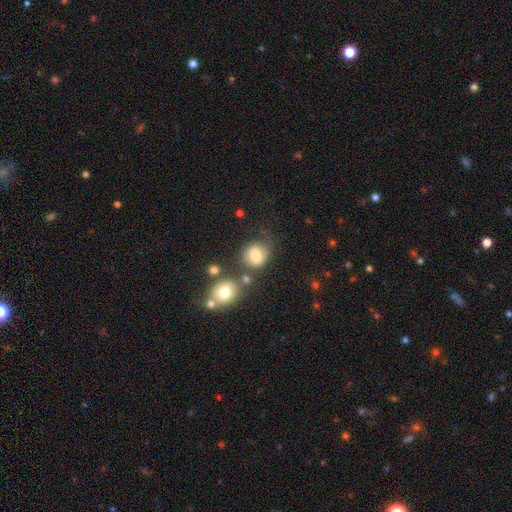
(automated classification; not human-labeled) smooth_or_featured: smooth (p=0.77) [alt: featured or disk p=0.12]
how_rounded: round (p=0.60) [alt: in between p=0.39]
merging: none (p=0.58) [alt: minor disturbance p=0.20]